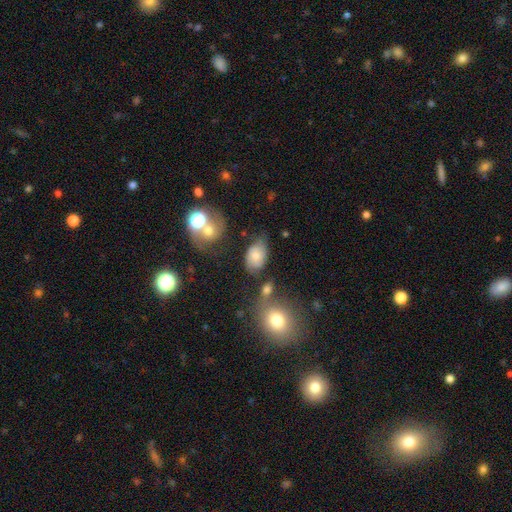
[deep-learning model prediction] Smooth or featured? Predicted: smooth (p=0.62). How rounded? Predicted: in between (p=0.84). Merging? Predicted: none (p=0.54).